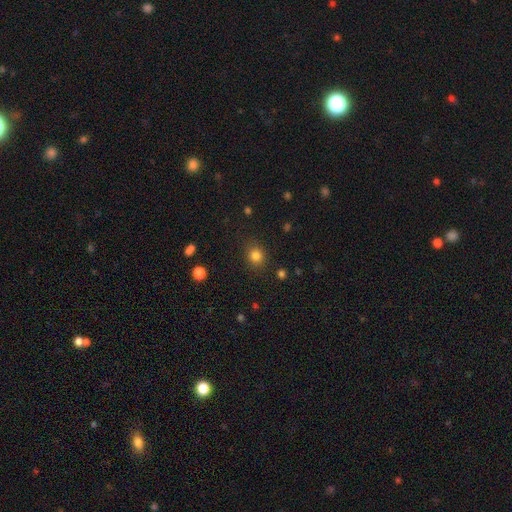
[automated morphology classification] A smooth galaxy with no disk features (83%) that is round (79%).

Vote fractions:
- Smooth or featured? smooth: 83% / star or artifact: 13% / featured or disk: 5%
- How rounded? round: 79% / in between: 20% / cigar-shaped: 1%
- Merging? none: 87% / minor disturbance: 9% / major disturbance: 3% / merger: 1%